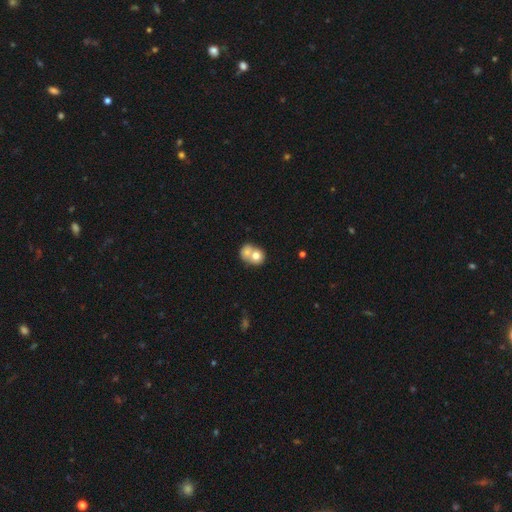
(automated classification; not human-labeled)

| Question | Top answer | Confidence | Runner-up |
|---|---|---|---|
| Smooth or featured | smooth | 69% | featured or disk (22%) |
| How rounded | round | 63% | in between (36%) |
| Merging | merger | 69% | none (21%) |